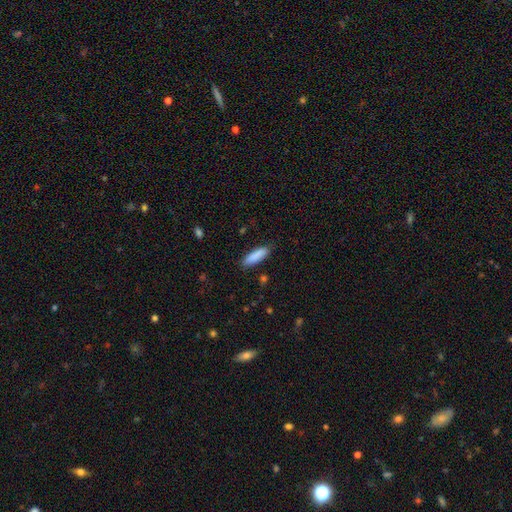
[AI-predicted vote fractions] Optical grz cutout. It shows a smooth galaxy with no disk features (88%) that is cigar-shaped (57%). Merging: none (86%).